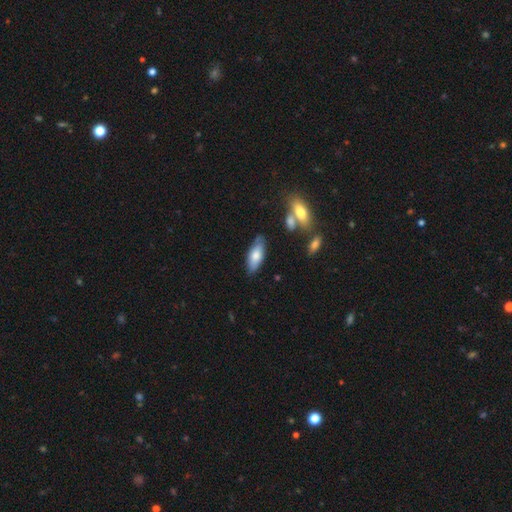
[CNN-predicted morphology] smooth 74%, featured or disk 19%, star or artifact 6%. Down the decision tree: how rounded — in between (76%); merging — none (76%).